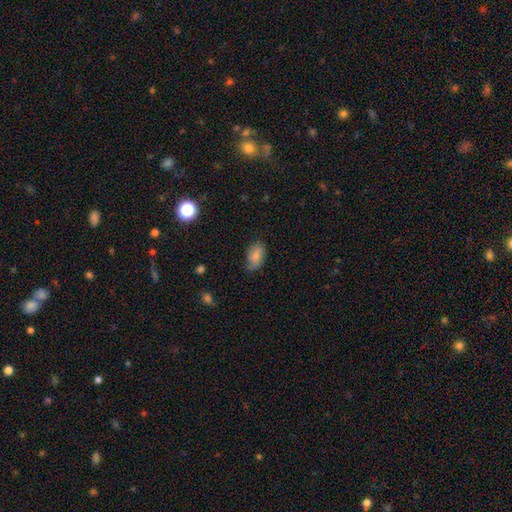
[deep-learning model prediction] Smooth or featured? Predicted: smooth (p=0.78). How rounded? Predicted: in between (p=0.92). Merging? Predicted: none (p=0.63).